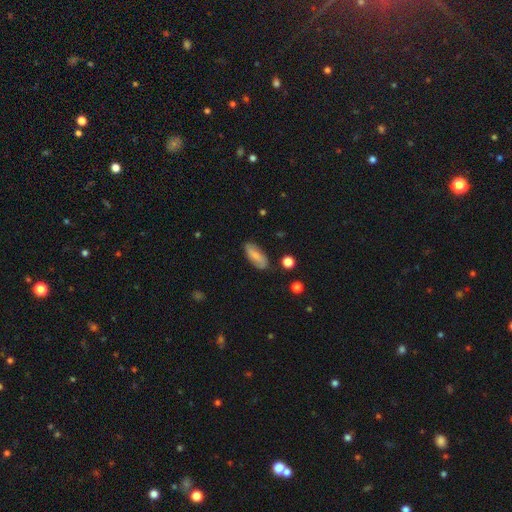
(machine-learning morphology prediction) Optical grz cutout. It shows a smooth galaxy with no disk features (61%) that is in between round and cigar-shaped (78%). Merging: none (81%).